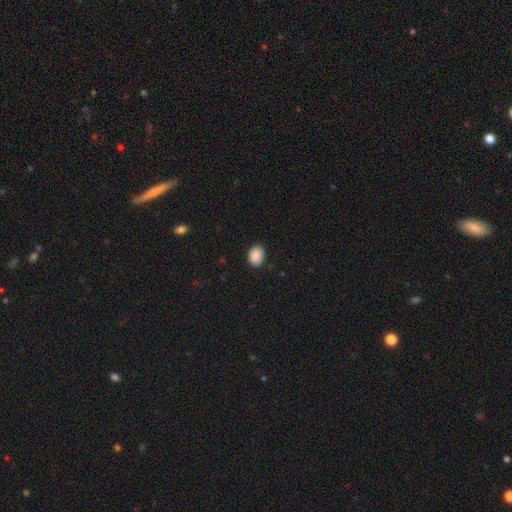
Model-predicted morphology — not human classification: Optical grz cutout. It shows a smooth galaxy with no disk features (89%) that is in between round and cigar-shaped (66%). Merging: none (85%).